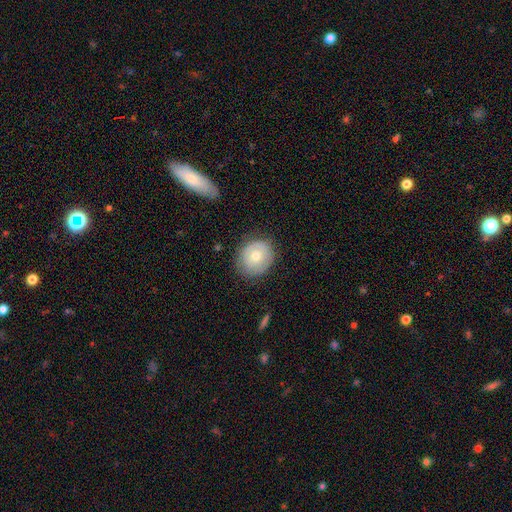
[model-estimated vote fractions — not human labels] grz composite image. It shows a smooth galaxy with no disk features (57%) that is round (76%). Merging: none (79%).